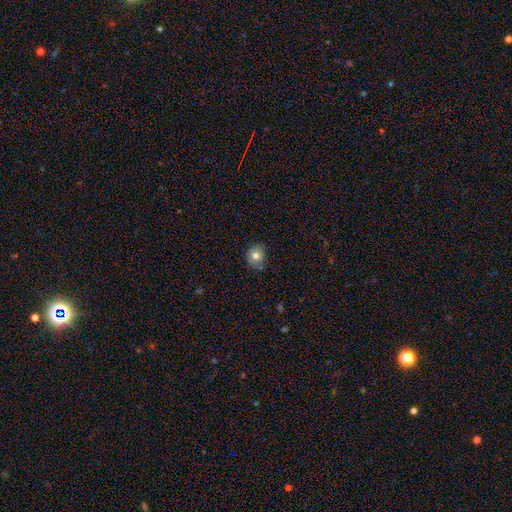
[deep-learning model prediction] Smooth or featured? Predicted: smooth (p=0.79). How rounded? Predicted: round (p=0.73). Merging? Predicted: none (p=0.77).